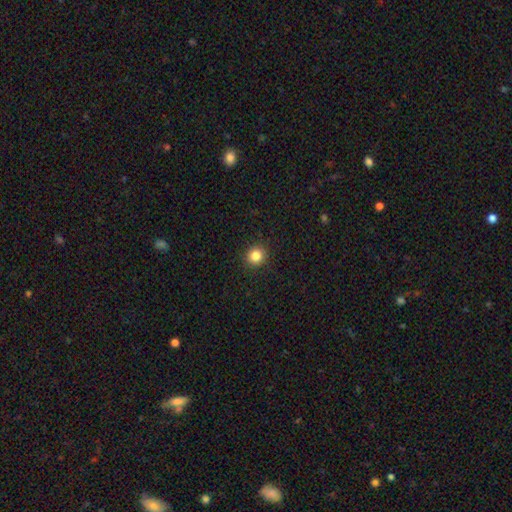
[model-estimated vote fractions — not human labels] smooth-or-featured: smooth: 84% | star or artifact: 11% | featured or disk: 4%
  how-rounded: round: 89% | in between: 10% | cigar-shaped: 1%
  merging: none: 92% | minor disturbance: 5% | major disturbance: 2% | merger: 1%